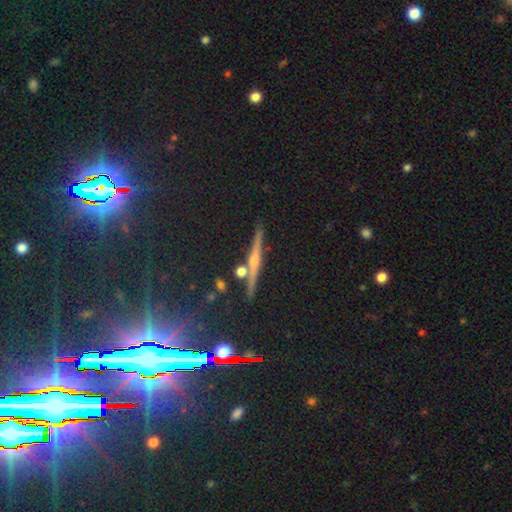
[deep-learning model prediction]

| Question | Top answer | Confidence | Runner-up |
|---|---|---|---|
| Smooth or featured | featured or disk | 63% | star or artifact (20%) |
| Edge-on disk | yes | 96% | no (4%) |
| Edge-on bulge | rounded | 68% | none (20%) |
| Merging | none | 85% | minor disturbance (8%) |